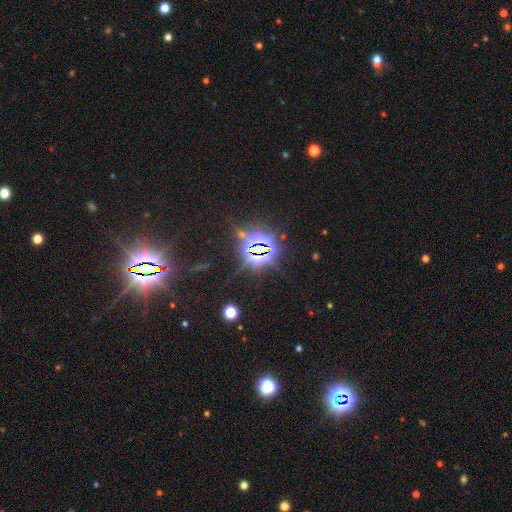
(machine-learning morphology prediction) smooth-or-featured: star or artifact: 85% | smooth: 8% | featured or disk: 7%